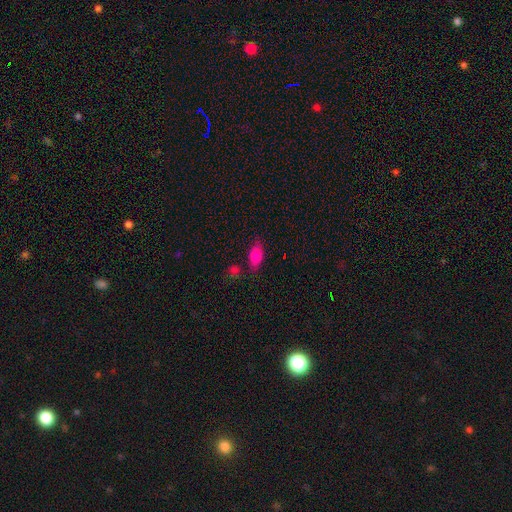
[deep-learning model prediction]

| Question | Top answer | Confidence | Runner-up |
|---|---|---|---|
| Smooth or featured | smooth | 81% | star or artifact (10%) |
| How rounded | in between | 86% | cigar-shaped (9%) |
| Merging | none | 67% | minor disturbance (20%) |